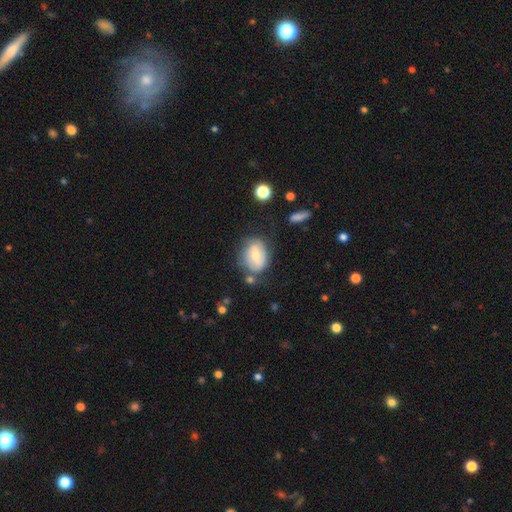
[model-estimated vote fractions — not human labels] Smooth or featured?
  - smooth: 56% *
  - featured or disk: 36%
  - star or artifact: 8%
How rounded?
  - in between: 65% *
  - round: 33%
  - cigar-shaped: 1%
Merging?
  - none: 57% *
  - minor disturbance: 25%
  - major disturbance: 10%
  - merger: 8%